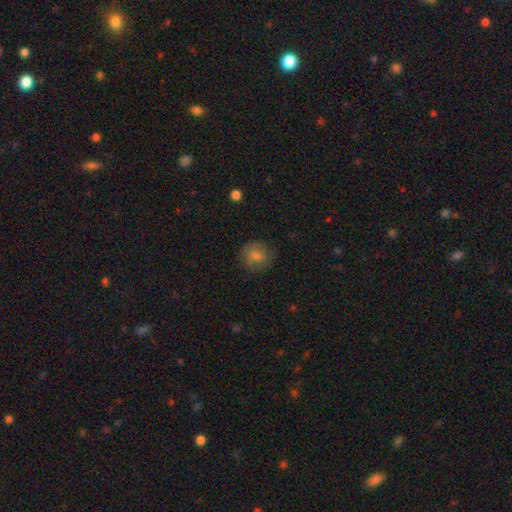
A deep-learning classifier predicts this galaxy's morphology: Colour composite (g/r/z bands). It shows a smooth galaxy with no disk features (65%) that is round (88%). Merging: none (83%).